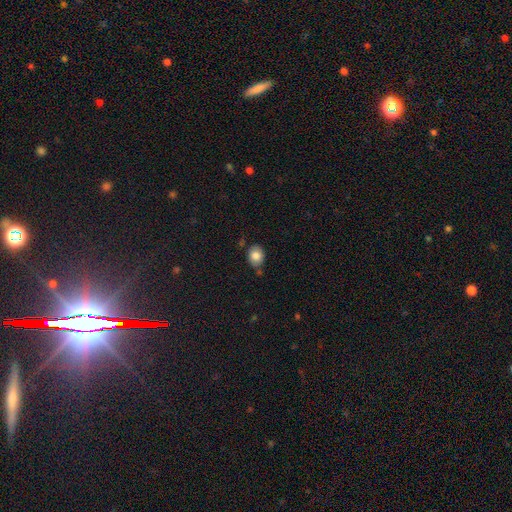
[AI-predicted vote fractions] Q: Smooth or featured?
A: smooth (83%); runner-up: star or artifact (9%)
Q: How rounded?
A: round (53%); runner-up: in between (46%)
Q: Merging?
A: none (71%); runner-up: minor disturbance (18%)